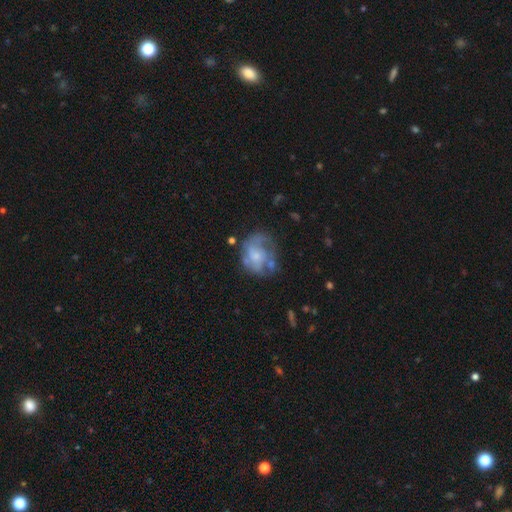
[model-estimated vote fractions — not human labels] Smooth or featured: featured or disk — 60% (smooth — 32%)
Edge-on disk: no — 98% (yes — 2%)
Bar: no — 76% (weak — 21%)
Spiral arms: yes — 57% (no — 43%)
Bulge size: small — 45% (moderate — 34%)
Merging: none — 45% (minor disturbance — 24%)